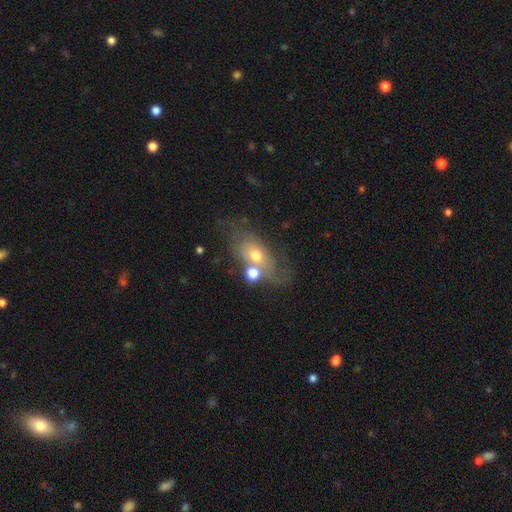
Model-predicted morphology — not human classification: This appears to be a featured or disk galaxy (46%). Merging: none (39%).